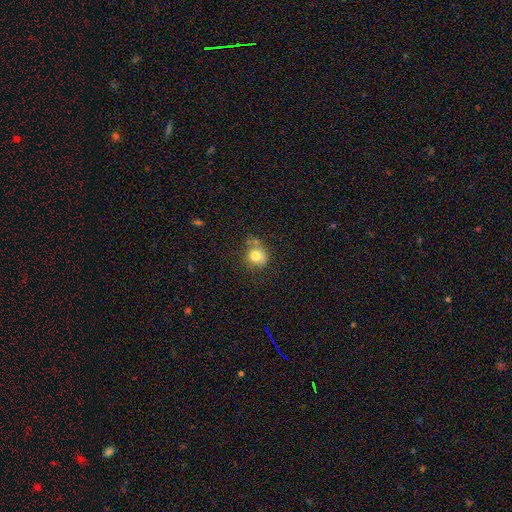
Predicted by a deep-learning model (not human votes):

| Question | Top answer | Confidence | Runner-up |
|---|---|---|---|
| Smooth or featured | smooth | 78% | featured or disk (11%) |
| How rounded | round | 81% | in between (18%) |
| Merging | none | 59% | minor disturbance (21%) |